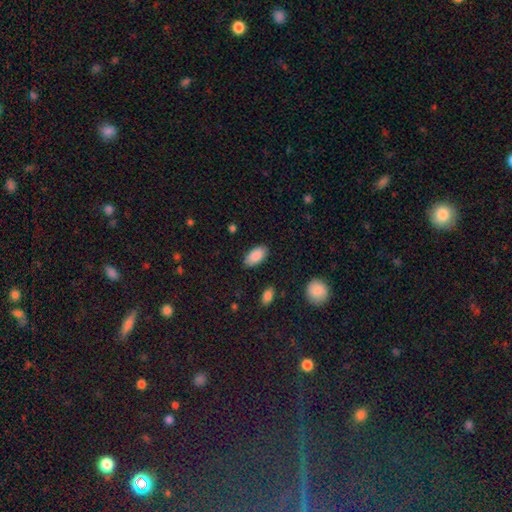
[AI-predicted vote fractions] Smooth or featured? smooth (89%)
How rounded? in between (94%)
Merging? none (87%)